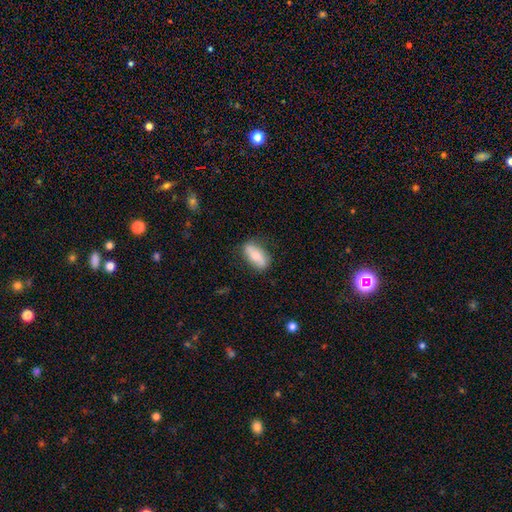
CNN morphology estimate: A smooth galaxy with no disk features (63%) that is in between round and cigar-shaped (82%). Merging: none (81%).